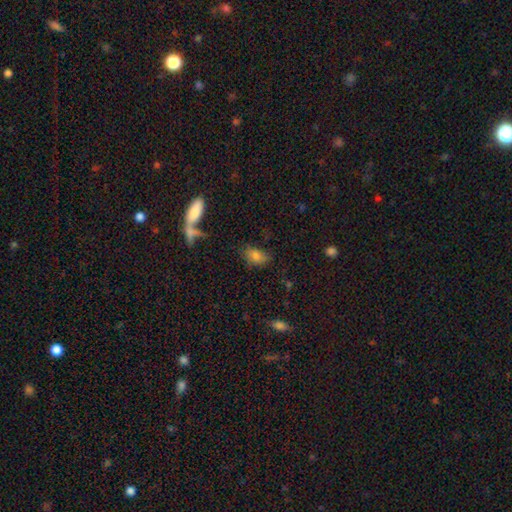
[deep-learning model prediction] smooth_or_featured: smooth (p=0.78) [alt: star or artifact p=0.11]
how_rounded: in between (p=0.88) [alt: round p=0.09]
merging: none (p=0.70) [alt: minor disturbance p=0.18]